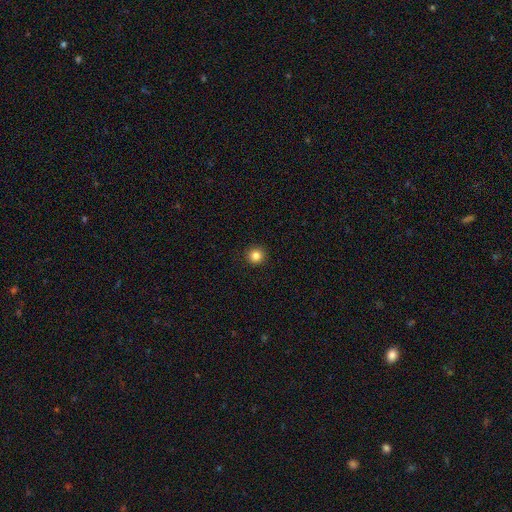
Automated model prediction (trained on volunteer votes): Smooth or featured? smooth (84%)
How rounded? round (95%)
Merging? none (93%)